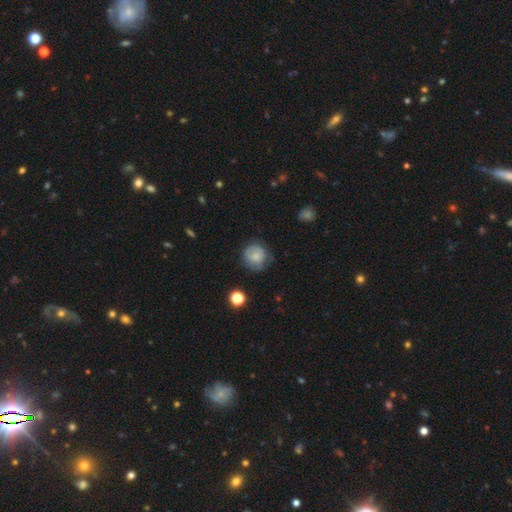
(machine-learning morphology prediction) Overall: smooth (69%). How rounded: round (87%). Merging: none (63%; minor disturbance 25%).